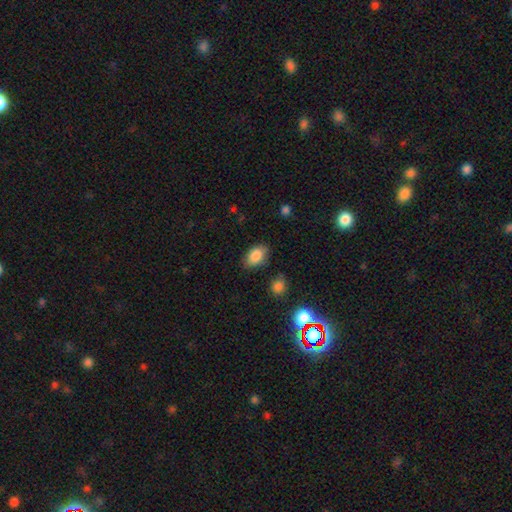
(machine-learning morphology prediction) A smooth galaxy with no disk features (86%) that is in between round and cigar-shaped (89%).

Vote fractions:
- Smooth or featured? smooth: 86% / star or artifact: 8% / featured or disk: 6%
- How rounded? in between: 89% / round: 9% / cigar-shaped: 1%
- Merging? none: 80% / minor disturbance: 15% / major disturbance: 3% / merger: 2%